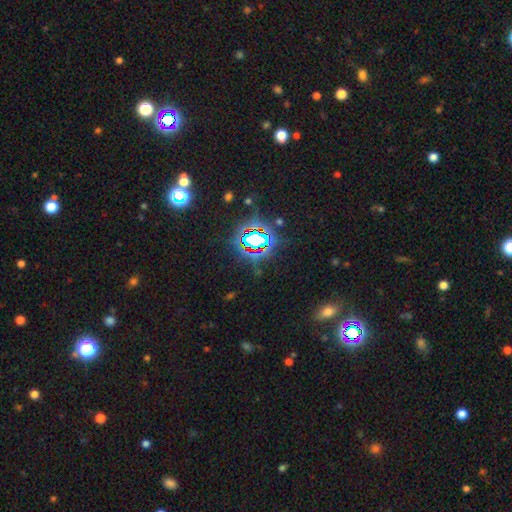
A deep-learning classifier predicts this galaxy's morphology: A star or artifact, not a galaxy (80%).